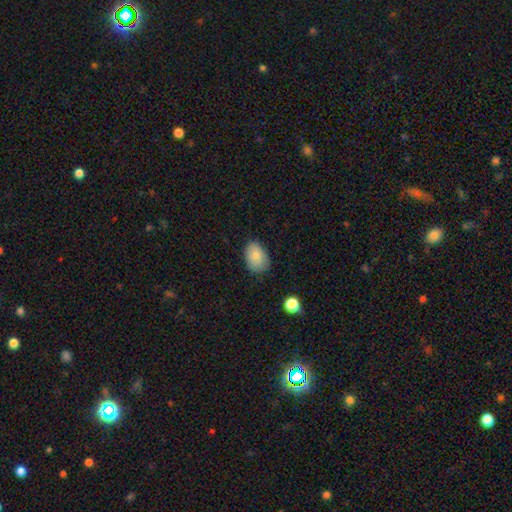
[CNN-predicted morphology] smooth-or-featured: smooth: 83% | featured or disk: 10% | star or artifact: 8%
  how-rounded: in between: 84% | round: 15% | cigar-shaped: 1%
  merging: none: 77% | minor disturbance: 19% | major disturbance: 4% | merger: 1%